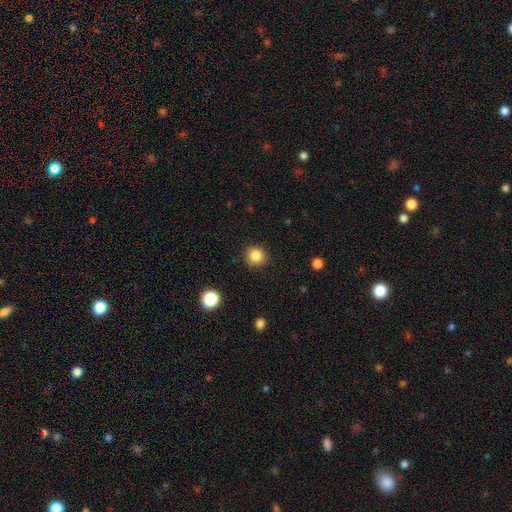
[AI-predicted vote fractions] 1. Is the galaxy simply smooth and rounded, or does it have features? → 85% smooth, 11% star or artifact, 4% featured or disk.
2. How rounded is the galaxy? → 92% round, 7% in between, 1% cigar-shaped.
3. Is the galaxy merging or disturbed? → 90% none, 7% minor disturbance, 2% major disturbance, 1% merger.